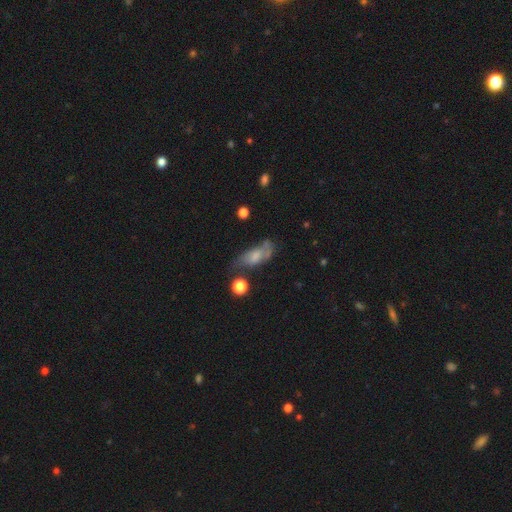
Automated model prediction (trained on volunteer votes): Q: Smooth or featured?
A: smooth (50%); runner-up: featured or disk (39%)
Q: Merging?
A: none (37%); runner-up: minor disturbance (29%)